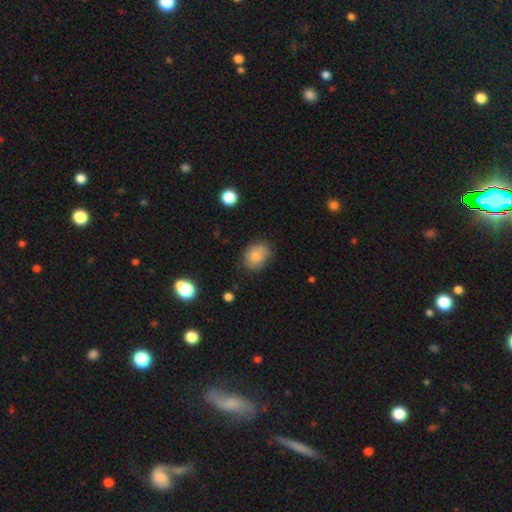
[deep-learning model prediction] smooth-or-featured: smooth: 77% | featured or disk: 13% | star or artifact: 10%
  how-rounded: in between: 53% | round: 46% | cigar-shaped: 1%
  merging: none: 74% | minor disturbance: 19% | major disturbance: 4% | merger: 3%